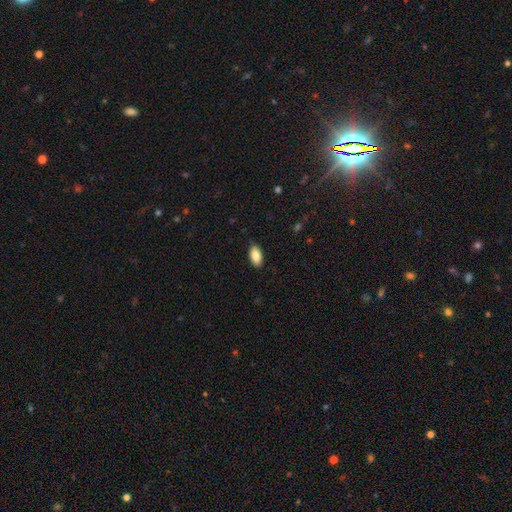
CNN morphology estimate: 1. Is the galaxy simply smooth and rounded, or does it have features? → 88% smooth, 7% star or artifact, 6% featured or disk.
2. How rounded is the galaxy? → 94% in between, 3% cigar-shaped, 3% round.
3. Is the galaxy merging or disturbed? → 85% none, 12% minor disturbance, 2% major disturbance, 1% merger.